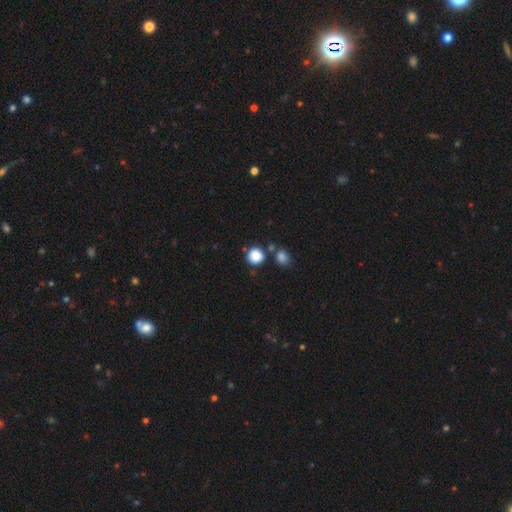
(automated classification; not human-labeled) smooth-or-featured: smooth: 86% | star or artifact: 9% | featured or disk: 5%
  how-rounded: round: 90% | in between: 9% | cigar-shaped: 1%
  merging: none: 74% | merger: 13% | minor disturbance: 9% | major disturbance: 3%